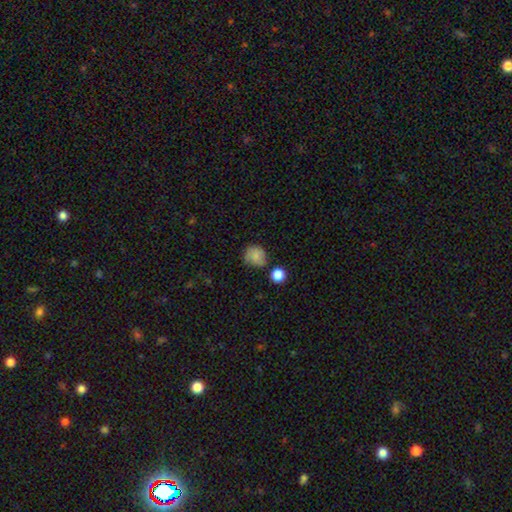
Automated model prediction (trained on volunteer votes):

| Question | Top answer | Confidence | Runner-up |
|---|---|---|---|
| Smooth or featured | smooth | 73% | featured or disk (17%) |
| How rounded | round | 79% | in between (20%) |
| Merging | none | 62% | minor disturbance (24%) |